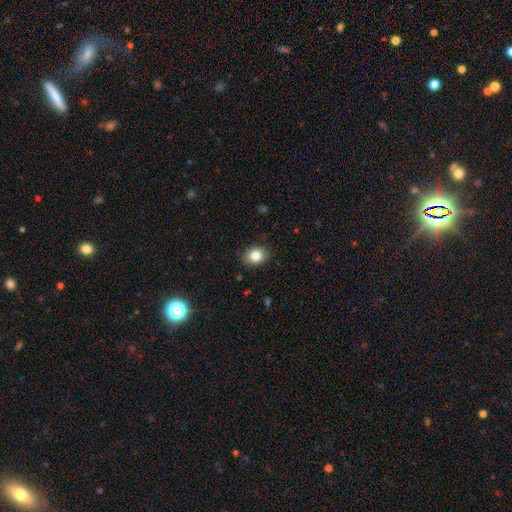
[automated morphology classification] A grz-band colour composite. It shows a smooth galaxy with no disk features (83%) that is in between round and cigar-shaped (57%). Merging: none (87%).